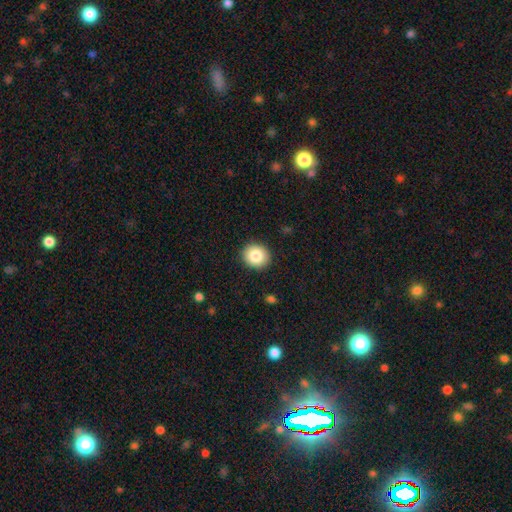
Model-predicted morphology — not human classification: The model was most divided on "how rounded": round: 83%, in between: 16%, cigar-shaped: 1%. More confident: merging — none (91%); smooth or featured — smooth (84%).